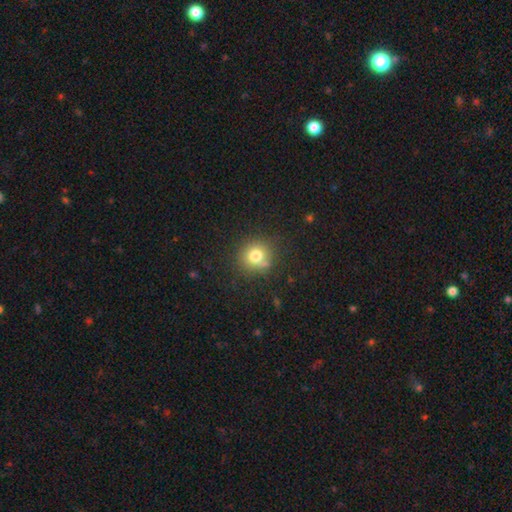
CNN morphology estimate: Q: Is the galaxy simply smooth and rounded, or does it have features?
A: smooth — 77%.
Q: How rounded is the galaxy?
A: round — 87%.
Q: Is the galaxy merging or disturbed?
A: none — 75%.